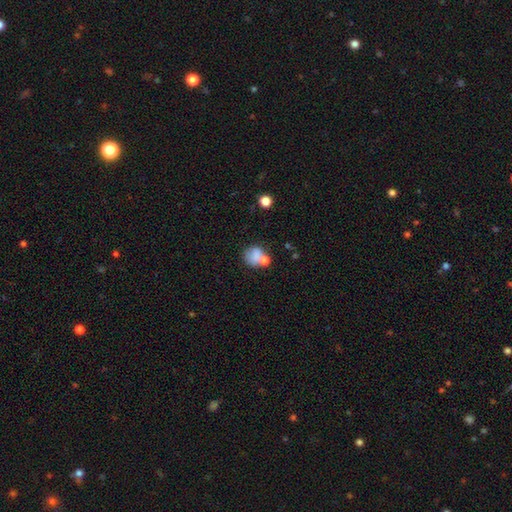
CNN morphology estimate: This is likely a smooth galaxy (73%). How rounded: likely round (70%). Merging: marginally none (42%).